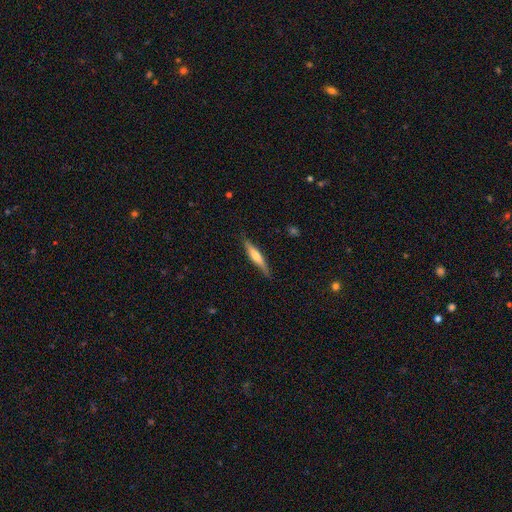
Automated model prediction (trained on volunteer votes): Morphology: type=smooth (48%); merging=none (83%).